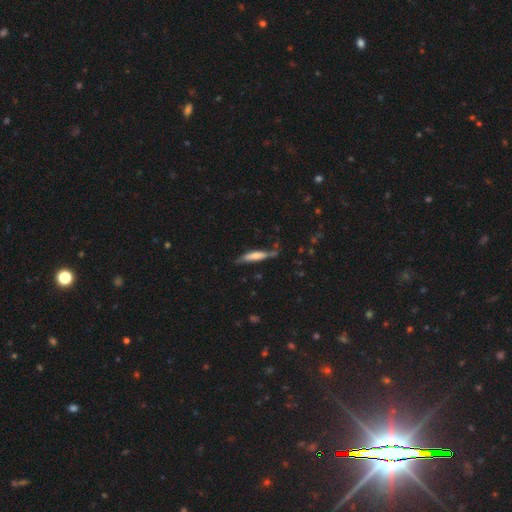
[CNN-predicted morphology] smooth_or_featured: smooth (p=0.55) [alt: featured or disk p=0.39]
how_rounded: cigar-shaped (p=0.85) [alt: in between p=0.13]
merging: none (p=0.65) [alt: minor disturbance p=0.24]